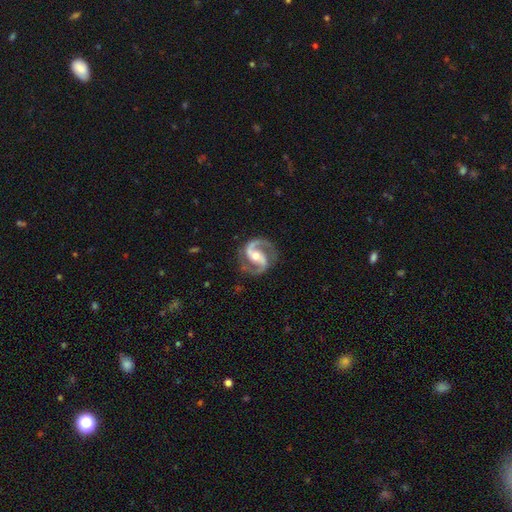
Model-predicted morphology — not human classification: Overall: featured or disk (94%). Edge-on disk: no (98%). Bar: weak (37%; strong 34%). Spiral arms: yes (98%). Spiral arm count: 2 (94%). Spiral winding: medium (65%). Bulge size: moderate (67%; small 27%). Merging: none (84%).